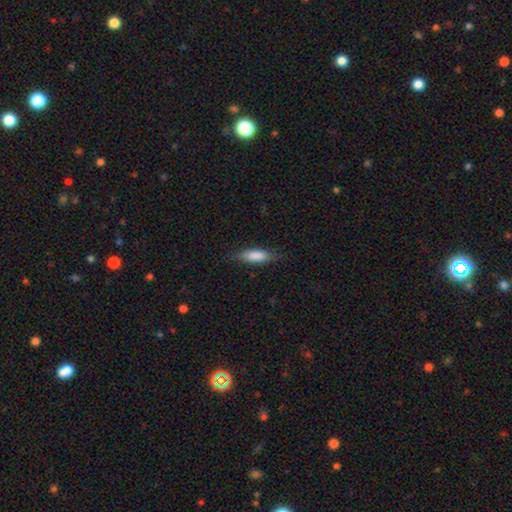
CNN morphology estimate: Smooth or featured? smooth (80%)
How rounded? in between (50%)
Merging? none (78%)